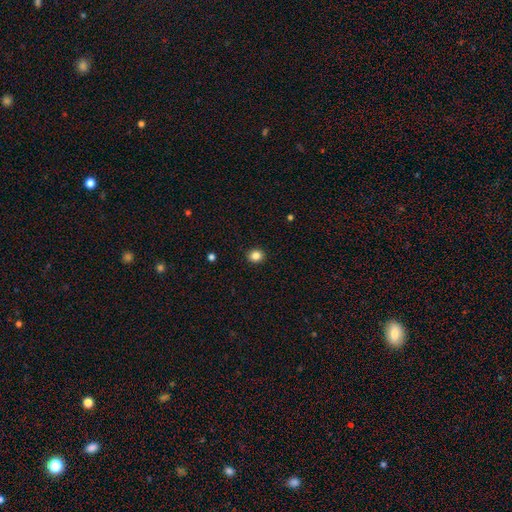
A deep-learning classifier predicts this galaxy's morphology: A smooth galaxy with no disk features (85%) that is round (80%).

Vote fractions:
- Smooth or featured? smooth: 85% / star or artifact: 11% / featured or disk: 4%
- How rounded? round: 80% / in between: 19% / cigar-shaped: 1%
- Merging? none: 92% / minor disturbance: 5% / major disturbance: 2% / merger: 1%